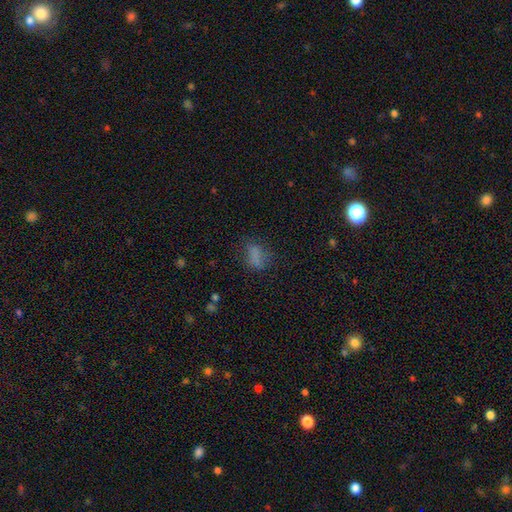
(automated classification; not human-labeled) This appears to be a smooth galaxy with no disk features (69%) that is in between round and cigar-shaped (72%). Merging: none (60%).